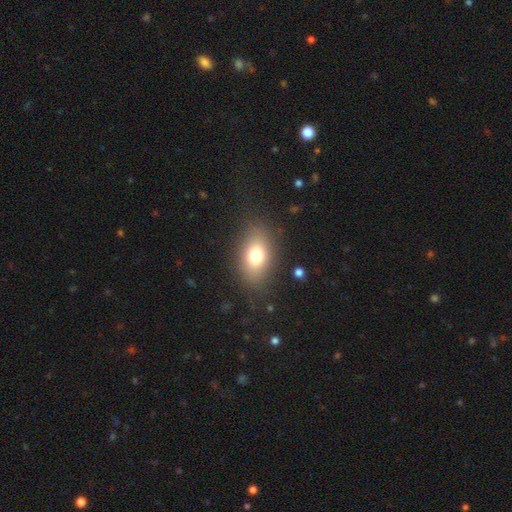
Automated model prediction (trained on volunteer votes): Smooth or featured? smooth (74%)
How rounded? in between (82%)
Merging? none (82%)